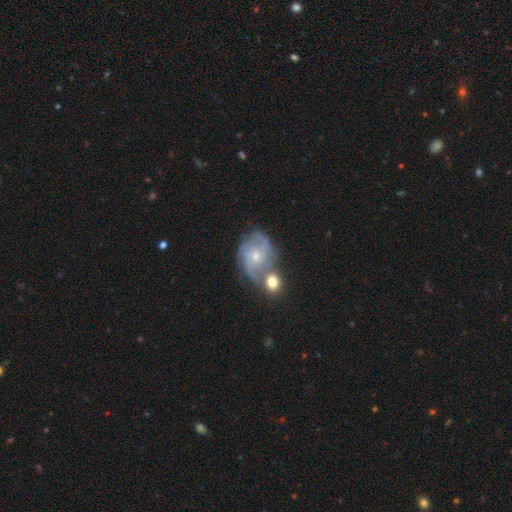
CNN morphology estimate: A featured or disk galaxy (75%) with no bar (73%), 2 (32%) medium (44%) spiral arms (89%) and a small central bulge (68%).

Vote fractions:
- Smooth or featured? featured or disk: 75% / smooth: 17% / star or artifact: 8%
- Edge-on disk? no: 97% / yes: 3%
- Bar? no: 73% / weak: 24% / strong: 4%
- Spiral arms? yes: 89% / no: 11%
- Spiral winding? medium: 44% / tight: 38% / loose: 18%
- Spiral arm count? 2: 32% / can't tell: 29% / 3: 23% / 4: 7% / 1: 5% / more than 4: 4%
- Bulge size? small: 68% / moderate: 28% / none: 2% / large: 1% / dominant: 1%
- Merging? none: 39% / merger: 30% / minor disturbance: 19% / major disturbance: 12%